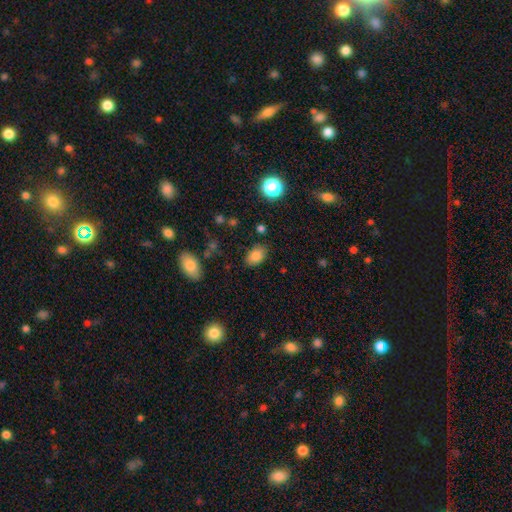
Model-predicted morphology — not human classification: Overall: smooth (83%). How rounded: in between (86%). Merging: none (83%).